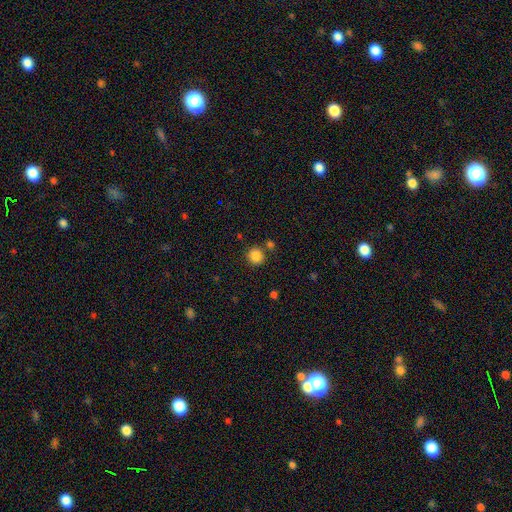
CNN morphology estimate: Smooth or featured? Predicted: smooth (p=0.86). How rounded? Predicted: round (p=0.89). Merging? Predicted: none (p=0.81).